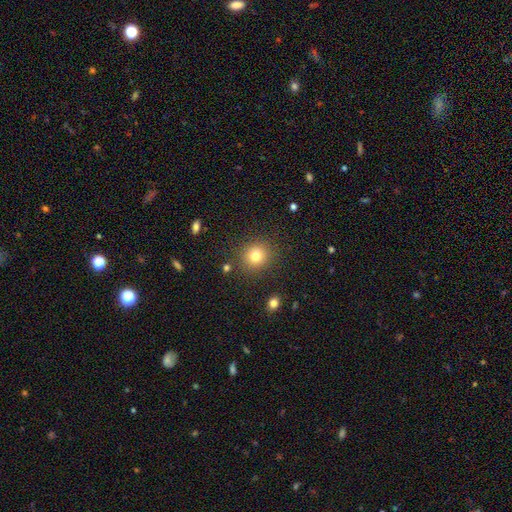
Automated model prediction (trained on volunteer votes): Smooth or featured?
  - smooth: 79% *
  - star or artifact: 13%
  - featured or disk: 8%
How rounded?
  - round: 88% *
  - in between: 11%
  - cigar-shaped: 1%
Merging?
  - none: 88% *
  - minor disturbance: 7%
  - major disturbance: 3%
  - merger: 2%